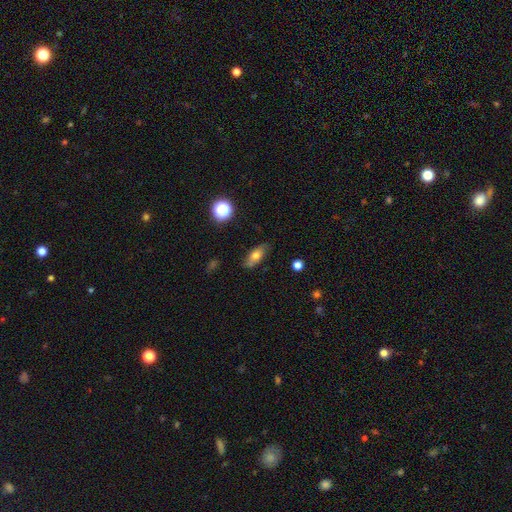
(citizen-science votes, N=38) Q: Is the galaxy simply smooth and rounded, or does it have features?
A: smooth — 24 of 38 (63%).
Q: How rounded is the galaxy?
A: in between — 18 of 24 (75%).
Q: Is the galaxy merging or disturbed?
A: none — 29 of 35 (83%).